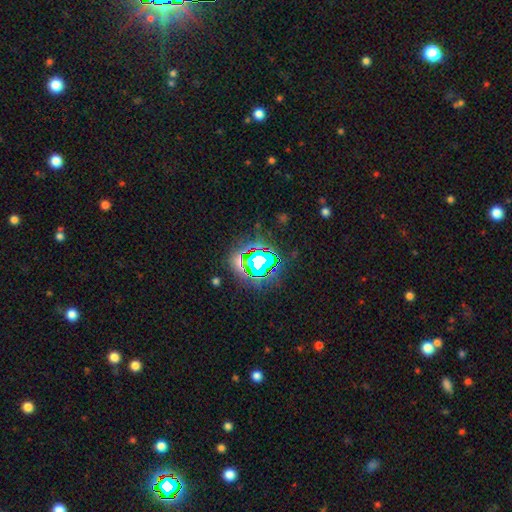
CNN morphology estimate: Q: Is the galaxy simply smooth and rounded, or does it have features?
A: star or artifact — 80%.